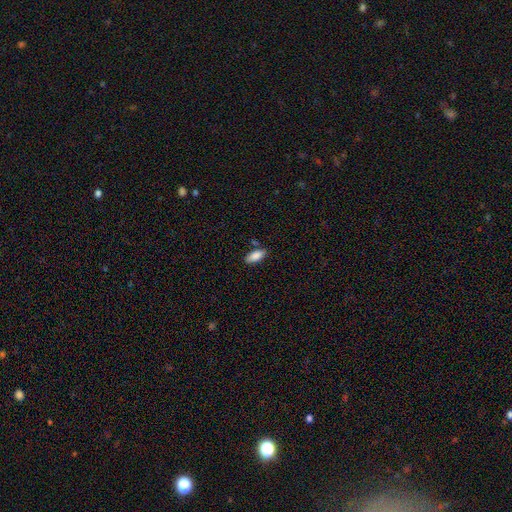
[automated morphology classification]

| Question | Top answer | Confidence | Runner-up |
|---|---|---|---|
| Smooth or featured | smooth | 88% | star or artifact (7%) |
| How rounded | in between | 87% | cigar-shaped (11%) |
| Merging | none | 79% | minor disturbance (14%) |